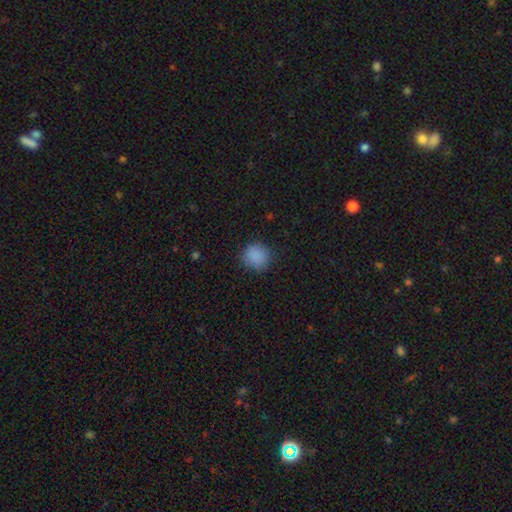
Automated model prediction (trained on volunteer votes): Morphology: type=smooth (85%); roundness=round (87%); merging=none (83%).